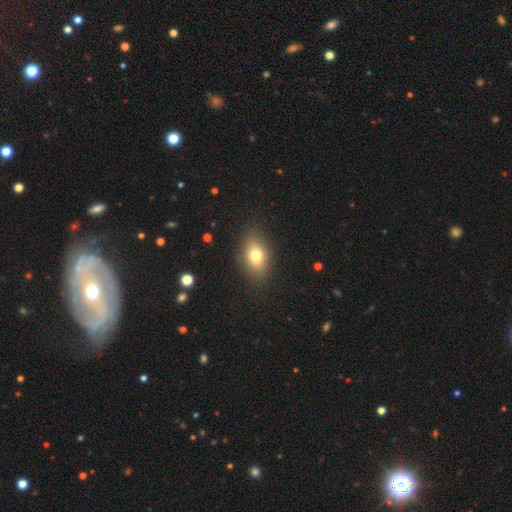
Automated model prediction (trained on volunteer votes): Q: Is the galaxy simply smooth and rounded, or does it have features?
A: smooth — 74%.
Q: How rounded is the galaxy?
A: in between — 81%.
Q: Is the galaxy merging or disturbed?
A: none — 84%.